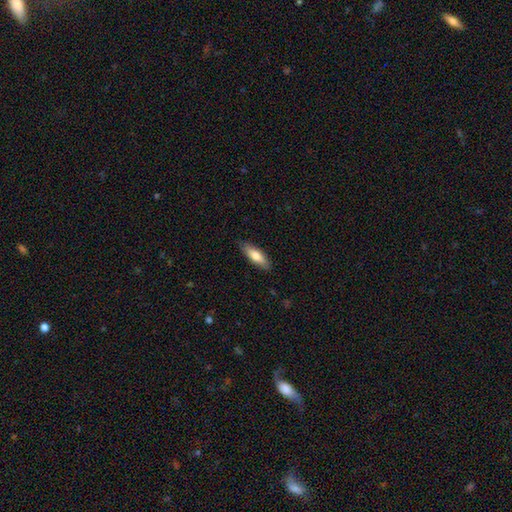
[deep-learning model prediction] Smooth or featured? Predicted: smooth (p=0.73). How rounded? Predicted: in between (p=0.50). Merging? Predicted: none (p=0.86).